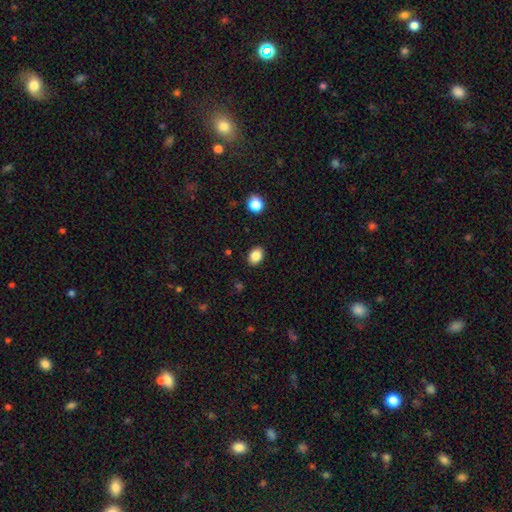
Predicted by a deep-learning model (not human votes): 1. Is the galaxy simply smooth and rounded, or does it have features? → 86% smooth, 10% star or artifact, 5% featured or disk.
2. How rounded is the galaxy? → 67% in between, 32% round, 1% cigar-shaped.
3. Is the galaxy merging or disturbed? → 89% none, 8% minor disturbance, 2% major disturbance, 1% merger.